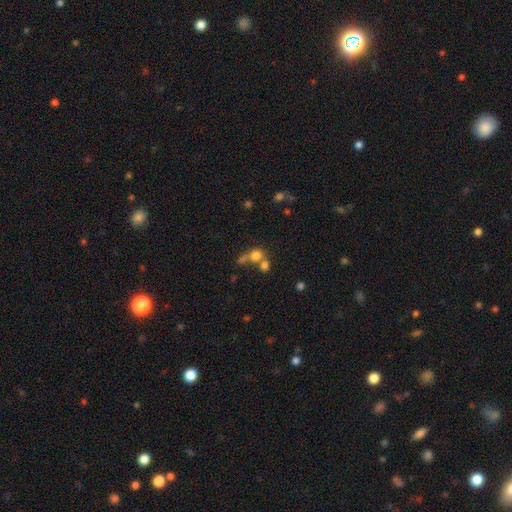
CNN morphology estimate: Smooth or featured? smooth (71%)
How rounded? round (75%)
Merging? merger (50%)